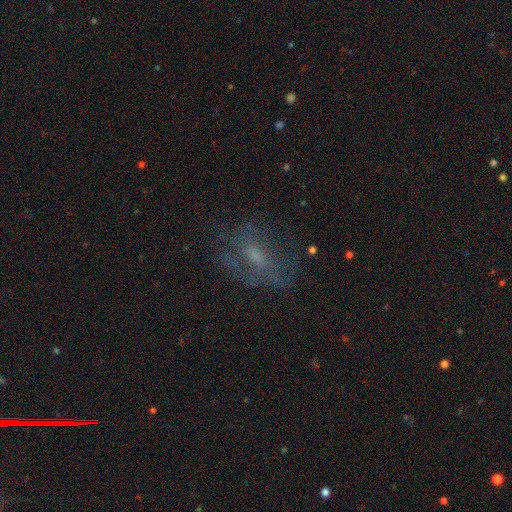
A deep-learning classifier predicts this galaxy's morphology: A featured or disk galaxy (47%).

Vote fractions:
- Smooth or featured? featured or disk: 47% / smooth: 35% / star or artifact: 18%
- Merging? none: 56% / major disturbance: 22% / minor disturbance: 20% / merger: 2%